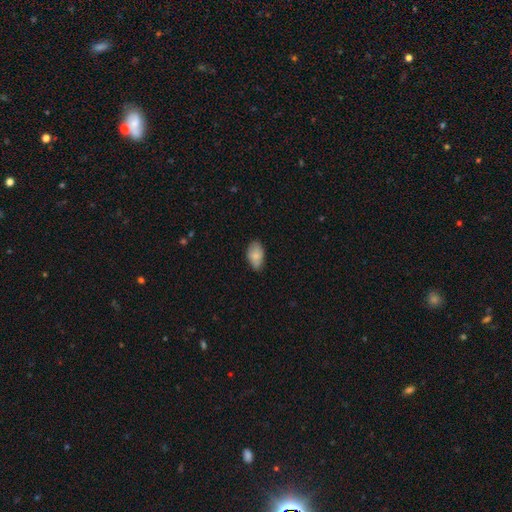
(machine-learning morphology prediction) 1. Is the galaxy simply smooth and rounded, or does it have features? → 80% smooth, 13% featured or disk, 7% star or artifact.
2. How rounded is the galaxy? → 92% in between, 6% round, 2% cigar-shaped.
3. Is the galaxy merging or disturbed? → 72% none, 23% minor disturbance, 4% major disturbance, 1% merger.